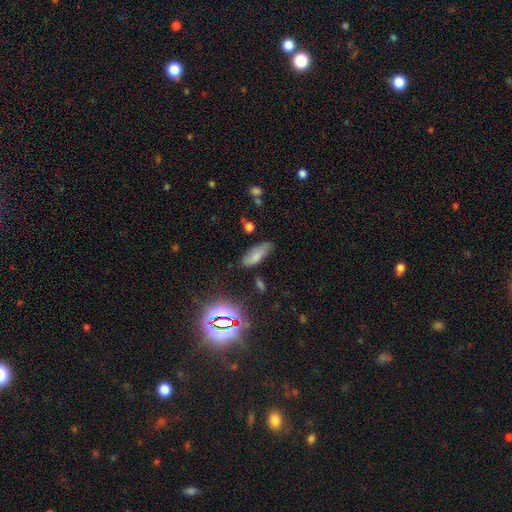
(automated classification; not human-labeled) smooth_or_featured: smooth (p=0.74) [alt: star or artifact p=0.13]
how_rounded: in between (p=0.73) [alt: cigar-shaped p=0.24]
merging: none (p=0.63) [alt: minor disturbance p=0.26]